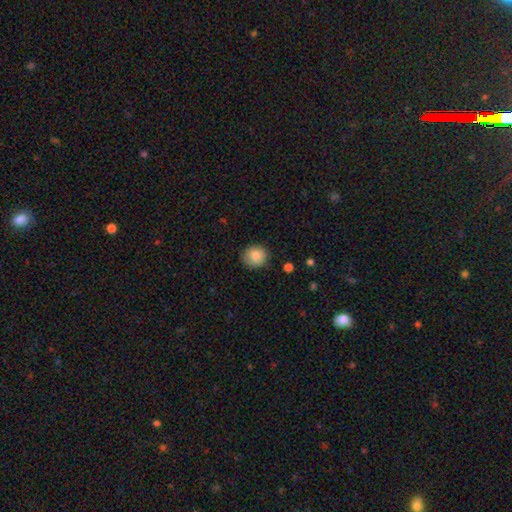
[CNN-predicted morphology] This appears to be a smooth galaxy with no disk features (86%) that is round (86%). Merging: none (84%).